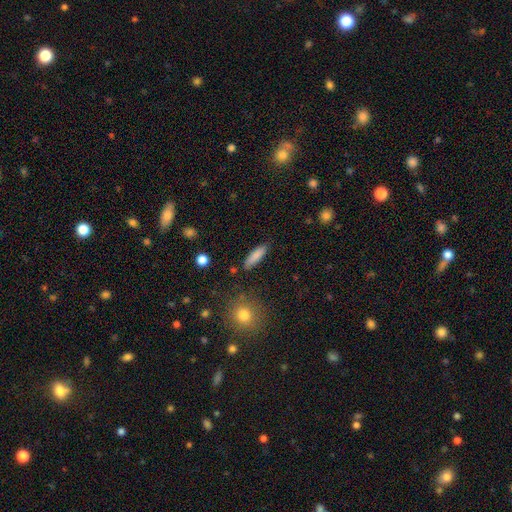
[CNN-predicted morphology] A smooth galaxy with no disk features (85%) that is cigar-shaped (59%). Merging: none (85%).